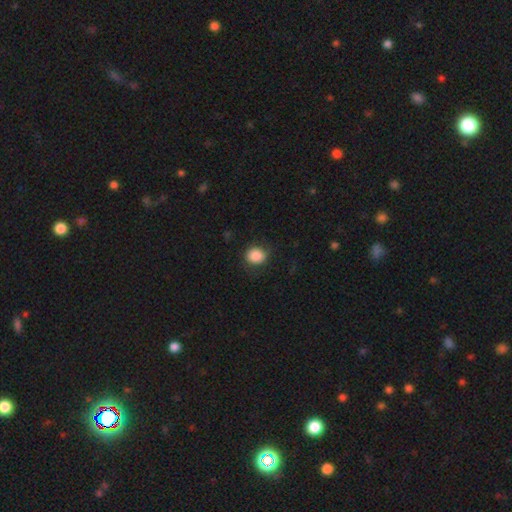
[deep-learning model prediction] A smooth galaxy with no disk features (86%) that is round (76%). Merging: none (77%).